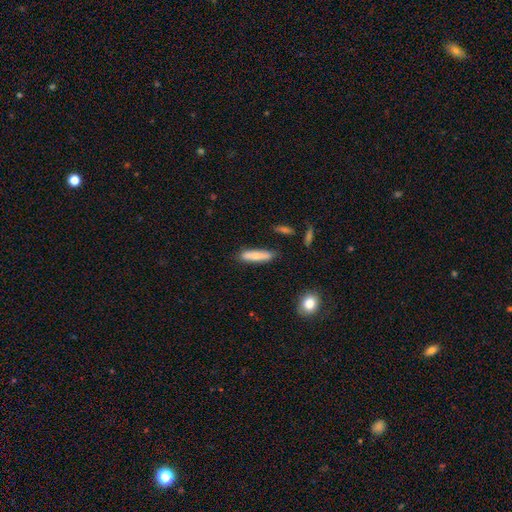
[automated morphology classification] Q: Smooth or featured?
A: smooth (75%); runner-up: featured or disk (18%)
Q: How rounded?
A: cigar-shaped (74%); runner-up: in between (25%)
Q: Merging?
A: none (83%); runner-up: minor disturbance (12%)